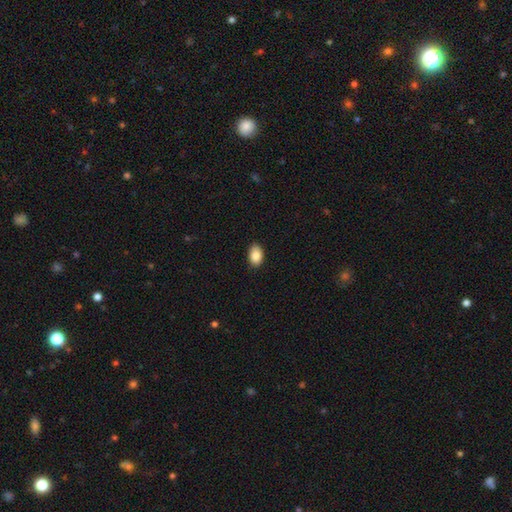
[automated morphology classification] smooth_or_featured: smooth (p=0.87) [alt: star or artifact p=0.08]
how_rounded: in between (p=0.89) [alt: round p=0.10]
merging: none (p=0.87) [alt: minor disturbance p=0.10]